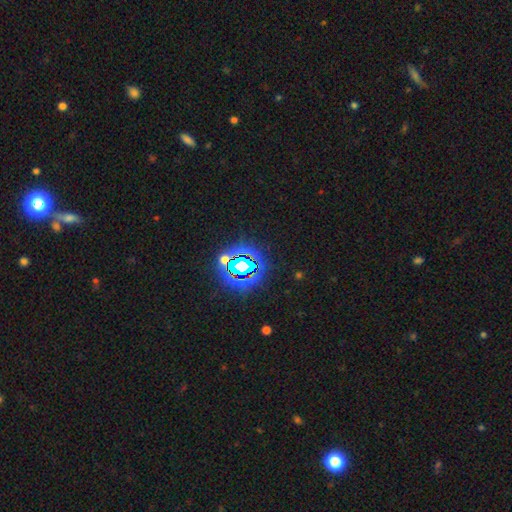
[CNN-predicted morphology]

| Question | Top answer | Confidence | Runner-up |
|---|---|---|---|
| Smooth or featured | star or artifact | 80% | smooth (12%) |